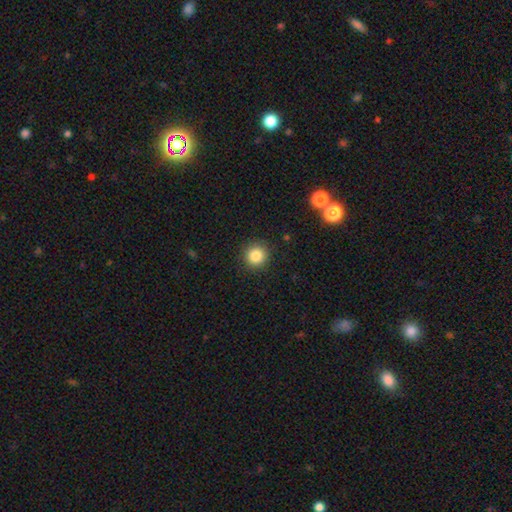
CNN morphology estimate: Q: Smooth or featured?
A: smooth (84%); runner-up: star or artifact (11%)
Q: How rounded?
A: round (94%); runner-up: in between (5%)
Q: Merging?
A: none (90%); runner-up: minor disturbance (6%)